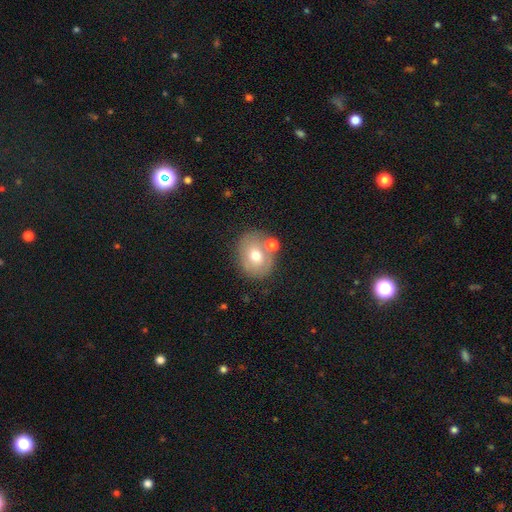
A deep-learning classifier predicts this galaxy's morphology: Smooth or featured? Predicted: smooth (p=0.62). How rounded? Predicted: round (p=0.56). Merging? Predicted: none (p=0.62).